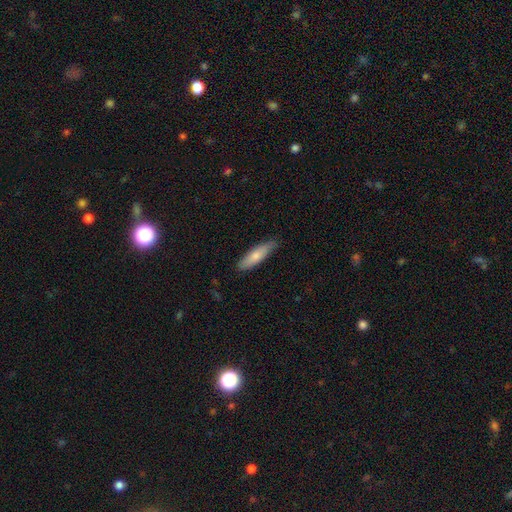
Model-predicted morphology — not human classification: Overall: smooth (73%). How rounded: cigar-shaped (63%; in between 35%). Merging: none (80%).